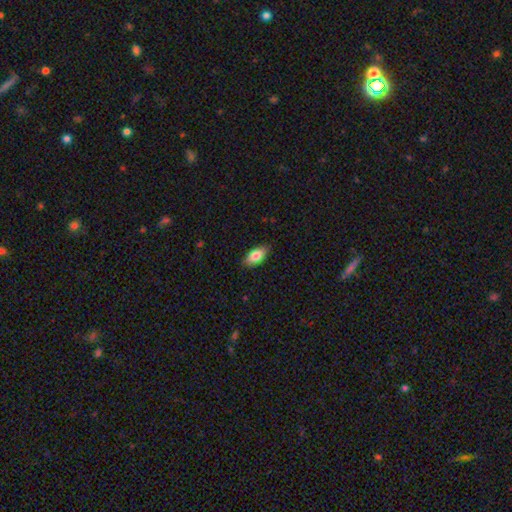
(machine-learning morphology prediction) This appears to be a smooth galaxy with no disk features (81%) that is in between round and cigar-shaped (89%). Merging: none (87%).